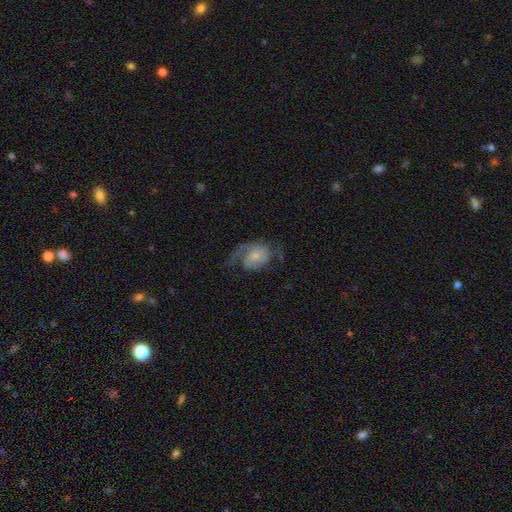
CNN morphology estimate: Q: Smooth or featured?
A: featured or disk (66%); runner-up: smooth (27%)
Q: Edge-on disk?
A: no (97%); runner-up: yes (3%)
Q: Bar?
A: no (66%); runner-up: weak (29%)
Q: Spiral arms?
A: yes (88%); runner-up: no (12%)
Q: Spiral winding?
A: medium (42%); runner-up: loose (39%)
Q: Spiral arm count?
A: 2 (55%); runner-up: 1 (31%)
Q: Bulge size?
A: small (51%); runner-up: moderate (31%)
Q: Merging?
A: none (43%); runner-up: major disturbance (32%)